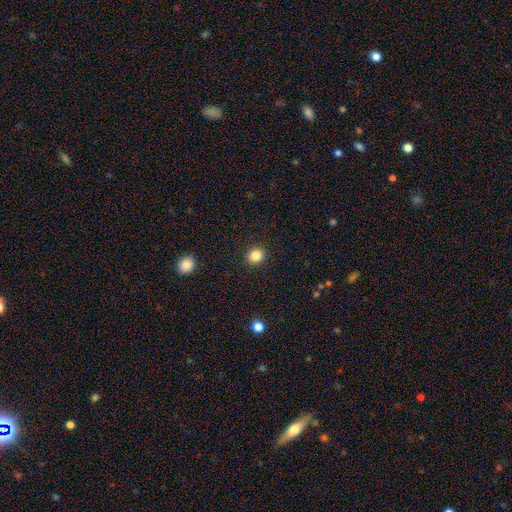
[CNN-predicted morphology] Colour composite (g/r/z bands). It shows a smooth galaxy with no disk features (84%) that is round (82%). Merging: none (92%).